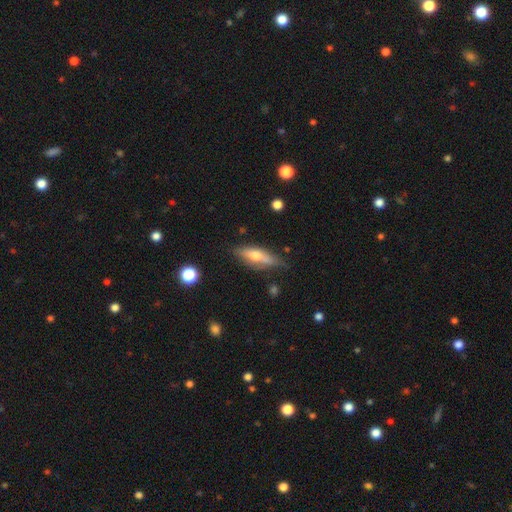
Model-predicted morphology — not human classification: Smooth or featured? Predicted: featured or disk (p=0.48). Merging? Predicted: none (p=0.72).